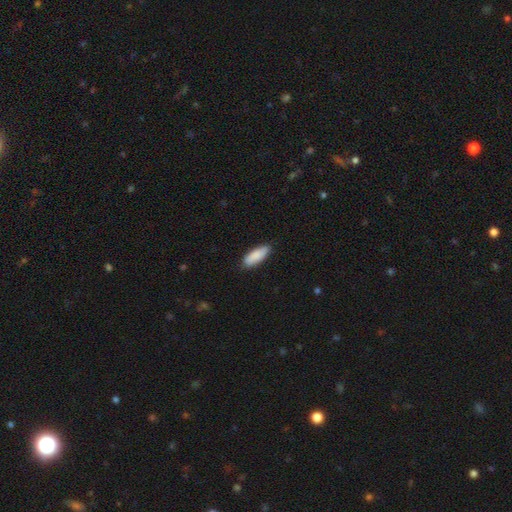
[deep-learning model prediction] smooth_or_featured: smooth (p=0.87) [alt: featured or disk p=0.07]
how_rounded: in between (p=0.69) [alt: cigar-shaped p=0.29]
merging: none (p=0.83) [alt: minor disturbance p=0.14]